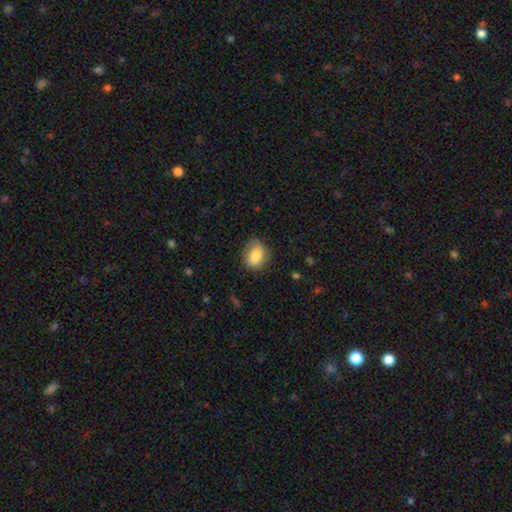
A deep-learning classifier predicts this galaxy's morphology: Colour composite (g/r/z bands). It shows a smooth galaxy with no disk features (80%) that is in between round and cigar-shaped (67%). Merging: none (71%).